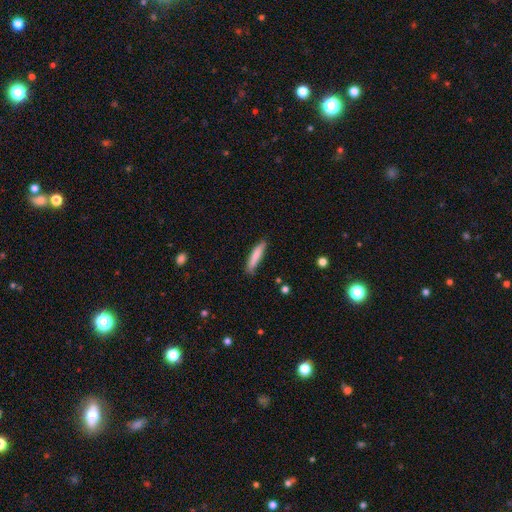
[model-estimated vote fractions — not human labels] Smooth or featured? Predicted: smooth (p=0.80). How rounded? Predicted: cigar-shaped (p=0.86). Merging? Predicted: none (p=0.83).